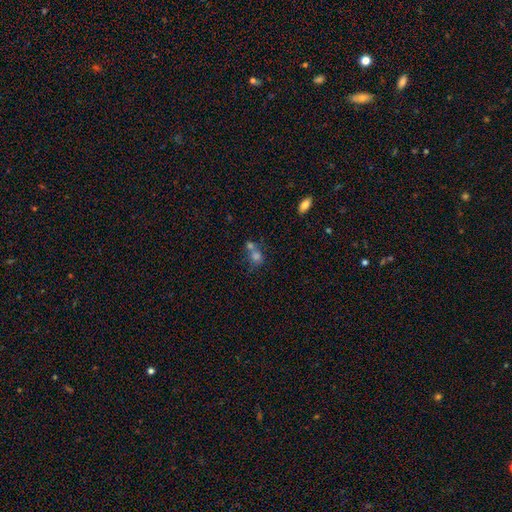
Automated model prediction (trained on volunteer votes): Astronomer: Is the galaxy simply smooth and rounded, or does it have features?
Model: smooth — 64%.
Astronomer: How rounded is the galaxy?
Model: round — 65%.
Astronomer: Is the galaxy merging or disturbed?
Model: merger — 49% (runner-up: none, 36%).